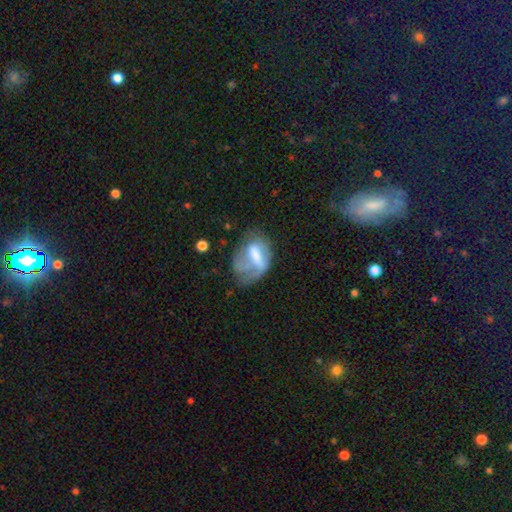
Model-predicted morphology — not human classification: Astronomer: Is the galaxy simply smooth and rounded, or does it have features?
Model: smooth — 47% (runner-up: featured or disk, 43%).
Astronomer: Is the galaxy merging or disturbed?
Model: major disturbance — 41% (runner-up: none, 28%).